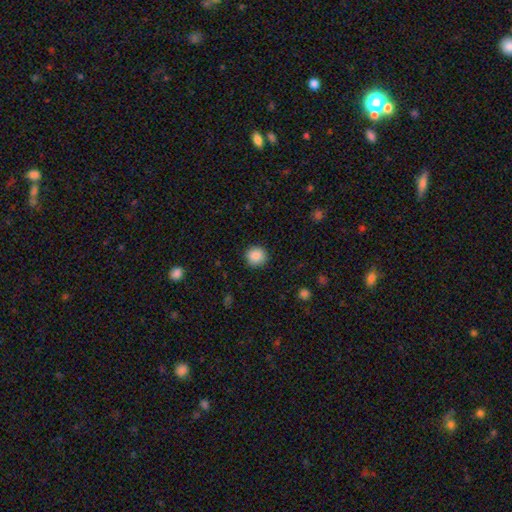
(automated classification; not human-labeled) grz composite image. It shows a smooth galaxy with no disk features (88%) that is round (90%). Merging: none (90%).